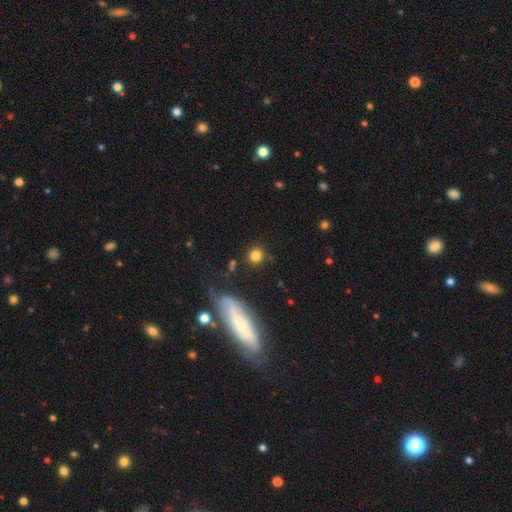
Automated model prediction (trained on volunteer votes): Q: Smooth or featured?
A: smooth (80%); runner-up: star or artifact (11%)
Q: How rounded?
A: round (90%); runner-up: in between (8%)
Q: Merging?
A: none (83%); runner-up: minor disturbance (9%)